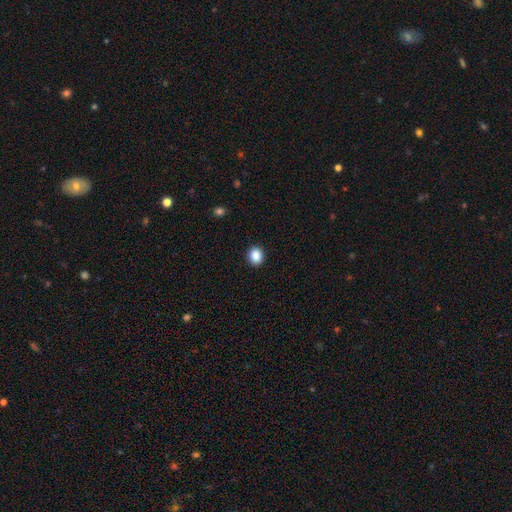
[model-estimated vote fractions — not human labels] smooth 88%, star or artifact 9%, featured or disk 3%. Down the decision tree: how rounded — round (62%); merging — none (91%).